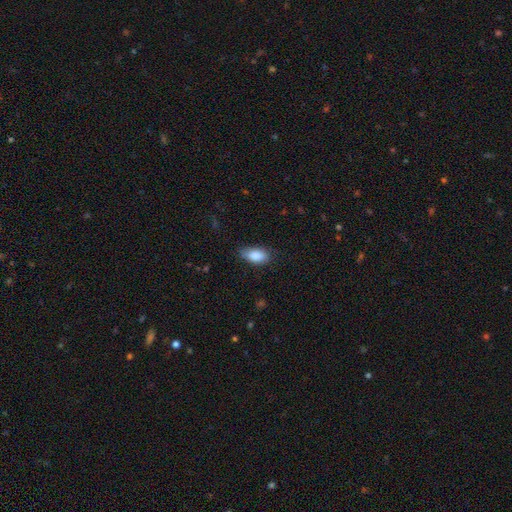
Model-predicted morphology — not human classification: This is clearly a smooth galaxy (86%). How rounded: clearly in between (90%). Merging: likely none (77%).